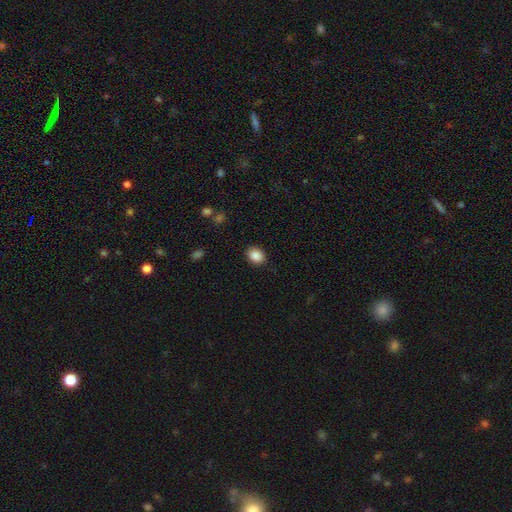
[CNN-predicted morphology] type=smooth (88%); roundness=in between (55%); merging=none (88%).